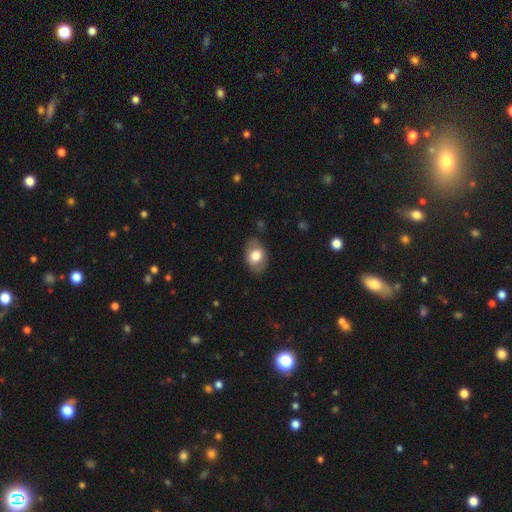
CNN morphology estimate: Smooth or featured? Predicted: smooth (p=0.73). How rounded? Predicted: in between (p=0.82). Merging? Predicted: none (p=0.82).